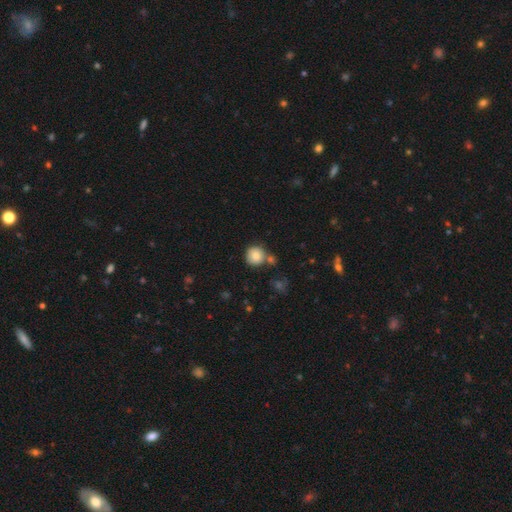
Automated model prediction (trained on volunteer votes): Morphology: type=smooth (85%); roundness=round (92%); merging=none (70%).